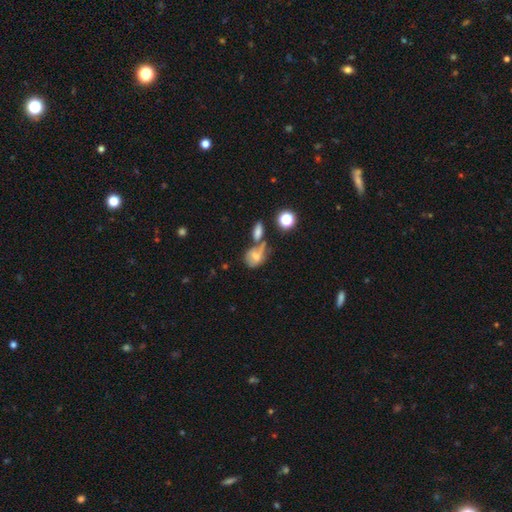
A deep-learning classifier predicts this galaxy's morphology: Smooth or featured: smooth — 55% (featured or disk — 31%)
How rounded: in between — 60% (round — 36%)
Merging: merger — 38% (none — 31%)